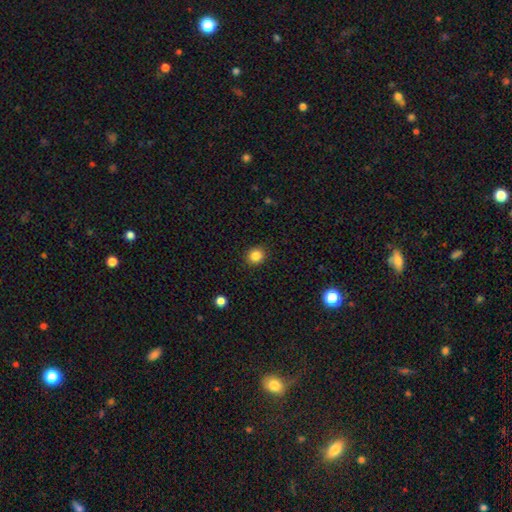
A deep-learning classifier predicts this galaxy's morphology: The model was most divided on "how rounded": round: 79%, in between: 20%, cigar-shaped: 1%. More confident: merging — none (91%); smooth or featured — smooth (85%).